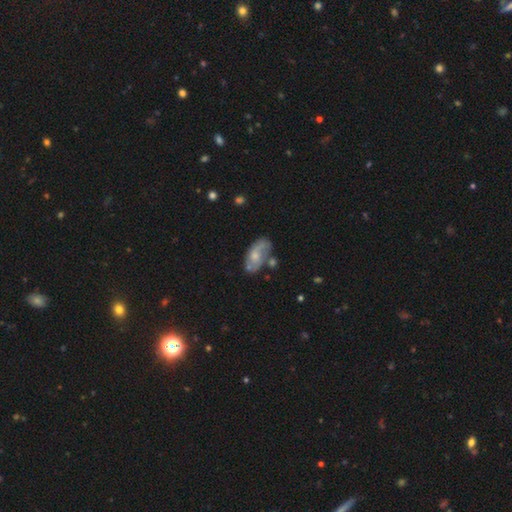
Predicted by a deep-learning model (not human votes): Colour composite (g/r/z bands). It shows a featured or disk galaxy (61%) with no bar (69%), spiral arms (78%) and a small central bulge (44%, tied with moderate). Merging: none (53%).